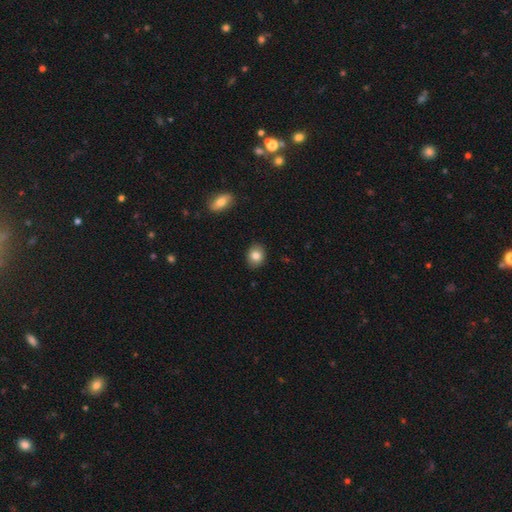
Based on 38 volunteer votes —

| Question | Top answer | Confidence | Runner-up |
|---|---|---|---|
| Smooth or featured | smooth | 87% | featured or disk (8%) |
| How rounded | round | 85% | in between (15%) |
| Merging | none | 92% | minor disturbance (8%) |